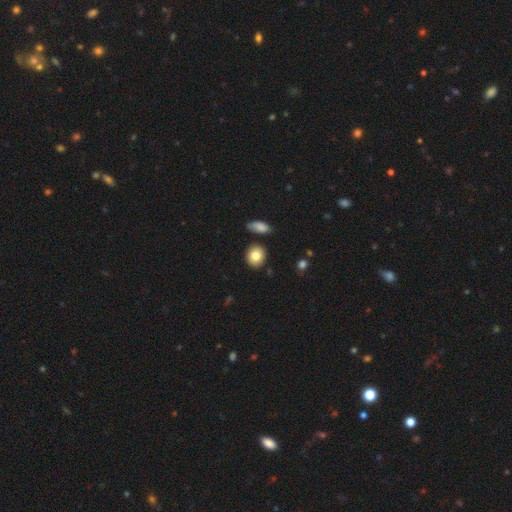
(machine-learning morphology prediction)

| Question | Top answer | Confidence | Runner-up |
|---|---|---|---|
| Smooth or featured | smooth | 83% | featured or disk (9%) |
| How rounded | round | 71% | in between (28%) |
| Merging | none | 84% | minor disturbance (9%) |